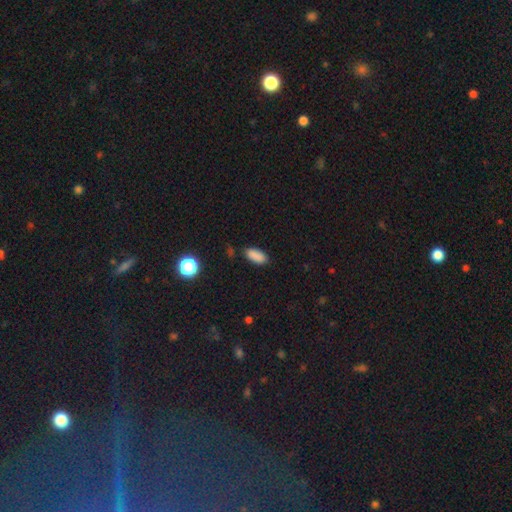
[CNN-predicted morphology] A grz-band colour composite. It shows a smooth galaxy with no disk features (86%) that is in between round and cigar-shaped (88%). Merging: none (83%).